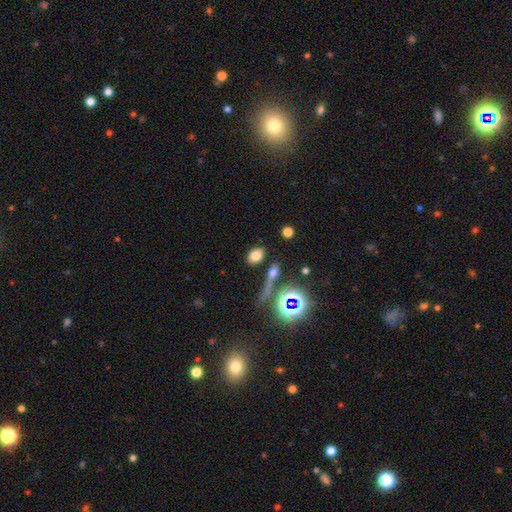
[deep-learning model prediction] A smooth galaxy with no disk features (75%) that is in between round and cigar-shaped (80%).

Vote fractions:
- Smooth or featured? smooth: 75% / star or artifact: 16% / featured or disk: 10%
- How rounded? in between: 80% / round: 17% / cigar-shaped: 2%
- Merging? none: 77% / minor disturbance: 10% / merger: 8% / major disturbance: 4%